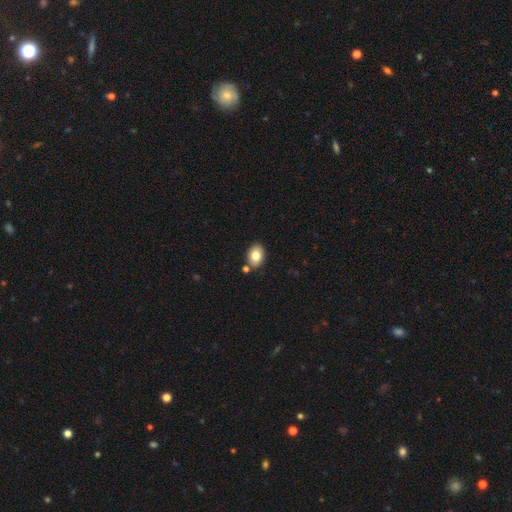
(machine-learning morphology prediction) Smooth or featured: smooth — 82% (featured or disk — 10%)
How rounded: in between — 76% (round — 23%)
Merging: none — 77% (minor disturbance — 11%)